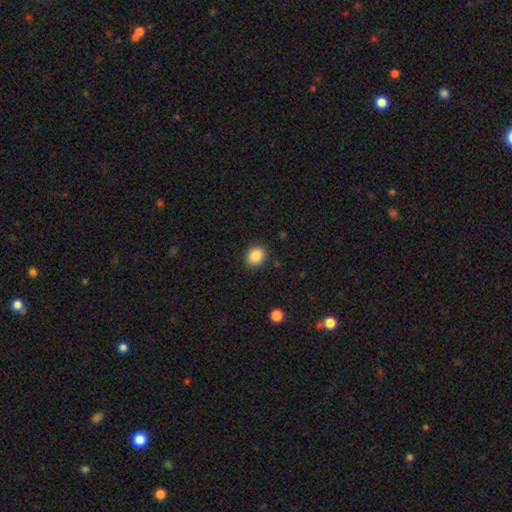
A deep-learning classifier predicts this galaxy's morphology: Overall: smooth (87%). How rounded: round (62%; in between 37%). Merging: none (88%).